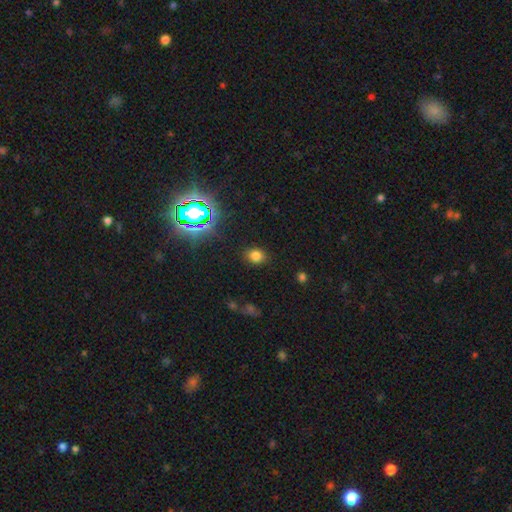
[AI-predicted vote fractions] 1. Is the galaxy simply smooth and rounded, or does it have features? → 73% smooth, 21% star or artifact, 6% featured or disk.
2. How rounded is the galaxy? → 55% round, 44% in between, 1% cigar-shaped.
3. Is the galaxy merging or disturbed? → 85% none, 10% minor disturbance, 3% major disturbance, 2% merger.